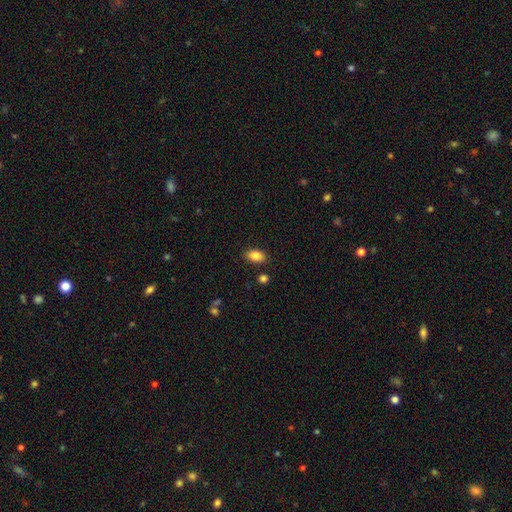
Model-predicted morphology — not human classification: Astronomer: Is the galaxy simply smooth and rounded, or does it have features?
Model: smooth — 86%.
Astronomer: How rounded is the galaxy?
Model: in between — 90%.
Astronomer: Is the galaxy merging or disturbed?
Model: none — 85%.